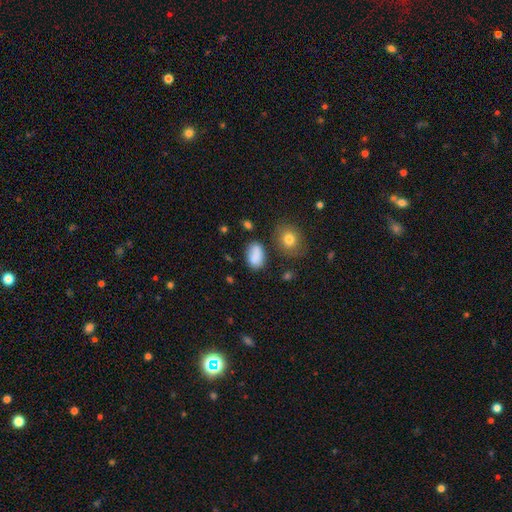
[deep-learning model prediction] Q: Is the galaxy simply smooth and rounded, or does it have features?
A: smooth — 86%.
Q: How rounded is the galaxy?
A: in between — 89%.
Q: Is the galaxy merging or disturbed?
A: none — 72%.